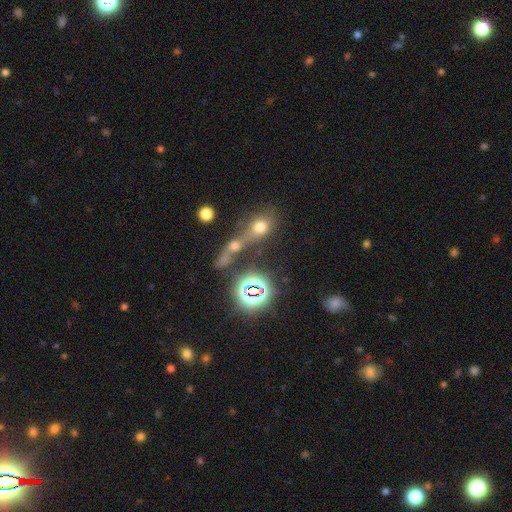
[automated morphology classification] Smooth or featured: star or artifact — 55% (smooth — 31%)